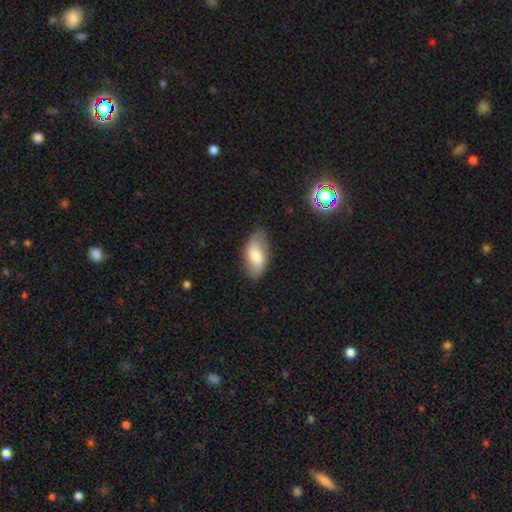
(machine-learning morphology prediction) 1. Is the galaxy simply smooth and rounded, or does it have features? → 66% smooth, 27% featured or disk, 7% star or artifact.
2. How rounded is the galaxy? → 91% in between, 6% cigar-shaped, 3% round.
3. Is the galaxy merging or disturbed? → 73% none, 21% minor disturbance, 4% major disturbance, 1% merger.